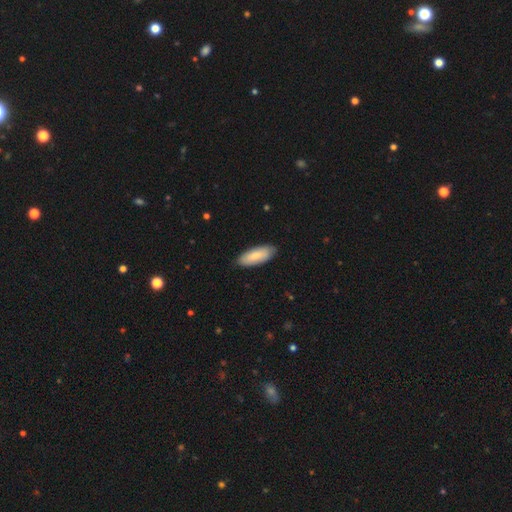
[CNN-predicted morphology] Smooth or featured: smooth — 79% (featured or disk — 16%)
How rounded: in between — 79% (cigar-shaped — 19%)
Merging: none — 86% (minor disturbance — 12%)